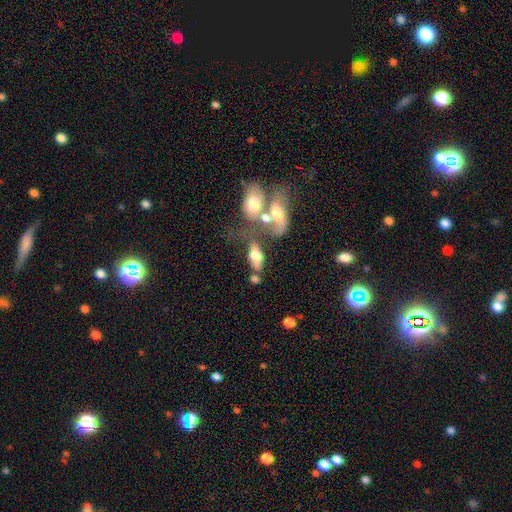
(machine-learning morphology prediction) Smooth or featured? Predicted: smooth (p=0.59). How rounded? Predicted: in between (p=0.83). Merging? Predicted: merger (p=0.44).